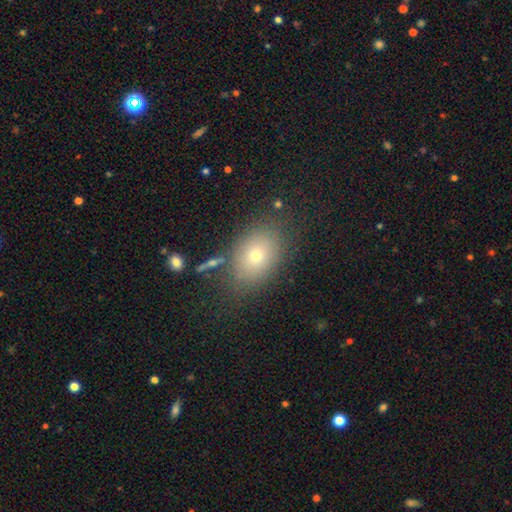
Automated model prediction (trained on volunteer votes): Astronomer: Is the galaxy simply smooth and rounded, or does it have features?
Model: smooth — 70%.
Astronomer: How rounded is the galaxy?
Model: in between — 71%.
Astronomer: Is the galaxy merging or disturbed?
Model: none — 79%.